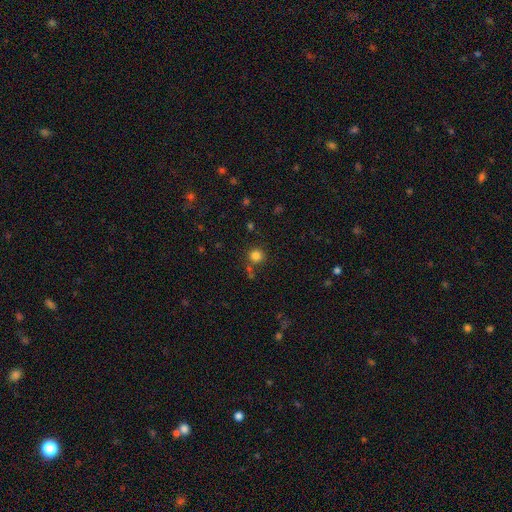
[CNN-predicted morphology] smooth_or_featured: smooth (p=0.82) [alt: star or artifact p=0.13]
how_rounded: round (p=0.92) [alt: in between p=0.07]
merging: none (p=0.79) [alt: merger p=0.09]